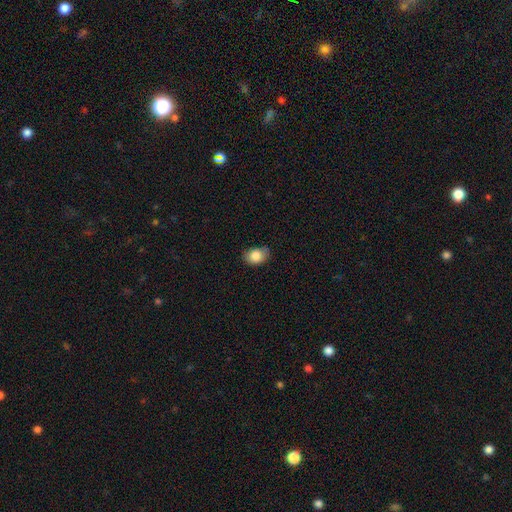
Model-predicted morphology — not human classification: smooth-or-featured: smooth: 85% | star or artifact: 8% | featured or disk: 7%
  how-rounded: in between: 73% | round: 26% | cigar-shaped: 1%
  merging: none: 74% | minor disturbance: 21% | major disturbance: 4% | merger: 1%